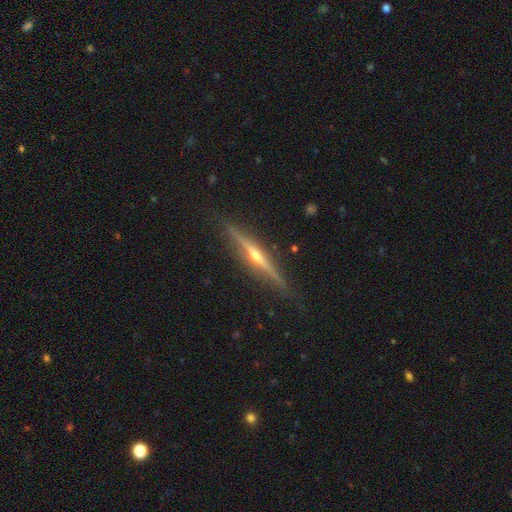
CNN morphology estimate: smooth-or-featured: featured or disk: 85% | smooth: 10% | star or artifact: 5%
  disk-edge-on: yes: 98% | no: 2%
    edge-on-bulge: rounded: 87% | none: 9% | boxy: 3%
  merging: none: 89% | minor disturbance: 8% | major disturbance: 1% | merger: 1%